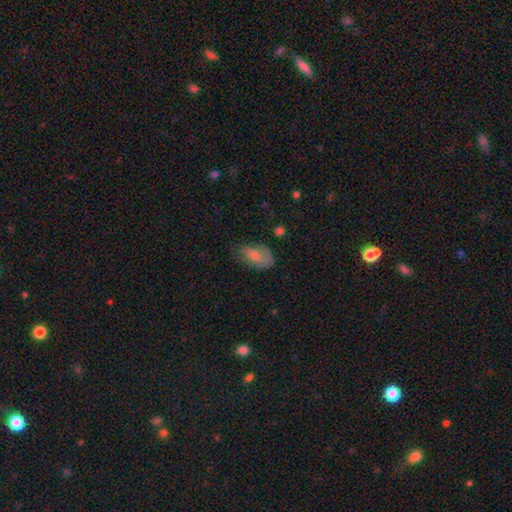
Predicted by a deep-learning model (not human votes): Morphology: type=smooth (74%); roundness=in between (92%); merging=none (49%).